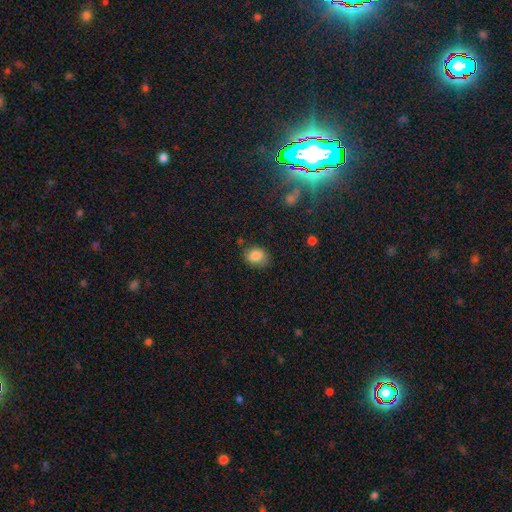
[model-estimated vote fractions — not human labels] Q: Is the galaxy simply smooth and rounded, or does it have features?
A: smooth — 84%.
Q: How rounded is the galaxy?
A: in between — 54%.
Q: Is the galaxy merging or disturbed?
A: none — 77%.